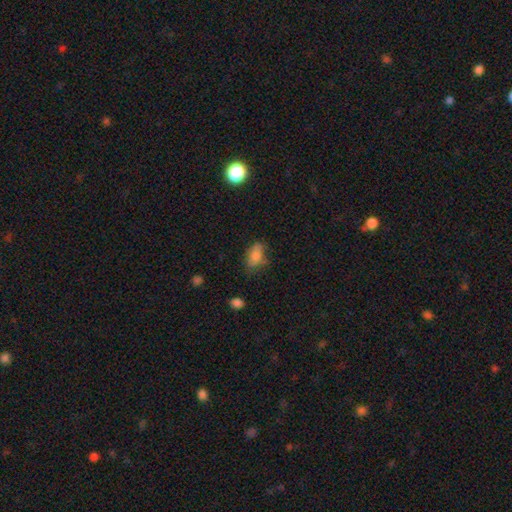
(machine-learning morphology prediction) A smooth galaxy with no disk features (79%) that is in between round and cigar-shaped (88%). Merging: none (56%).